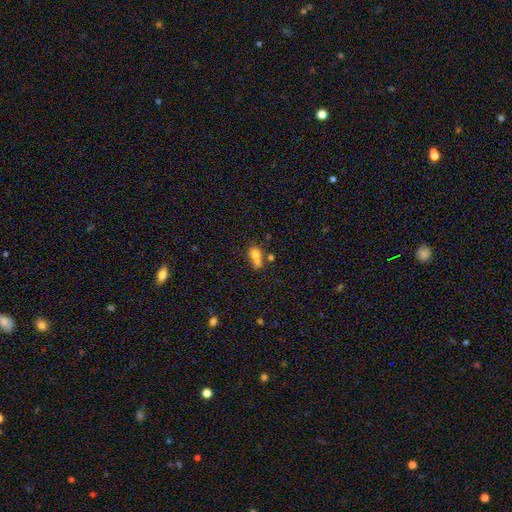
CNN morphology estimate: smooth_or_featured: smooth (p=0.71) [alt: featured or disk p=0.17]
how_rounded: in between (p=0.65) [alt: round p=0.31]
merging: merger (p=0.53) [alt: none p=0.26]